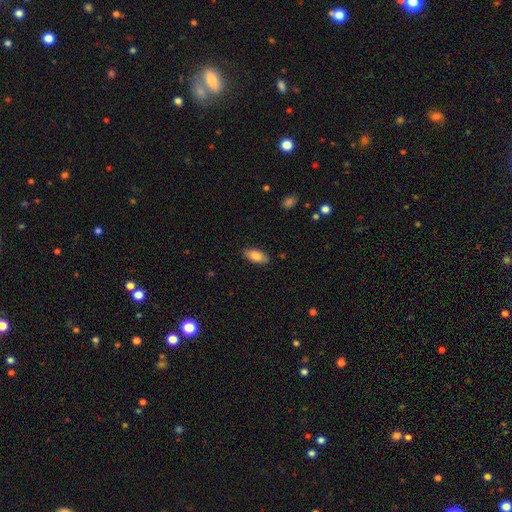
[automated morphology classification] Smooth or featured?
  - smooth: 83% *
  - featured or disk: 10%
  - star or artifact: 6%
How rounded?
  - in between: 87% *
  - cigar-shaped: 11%
  - round: 2%
Merging?
  - none: 86% *
  - minor disturbance: 11%
  - major disturbance: 2%
  - merger: 1%